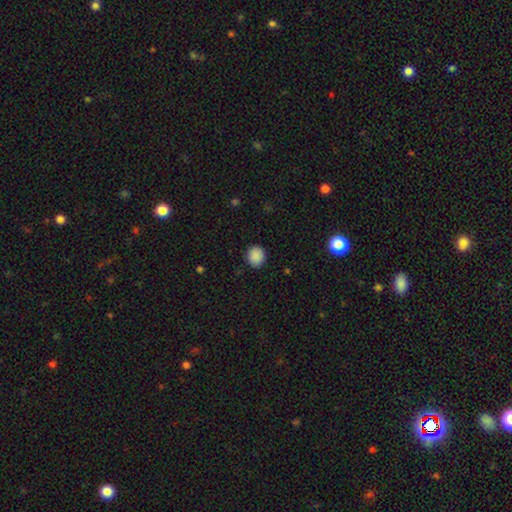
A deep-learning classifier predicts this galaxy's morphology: Overall: smooth (88%). How rounded: round (79%). Merging: none (87%).